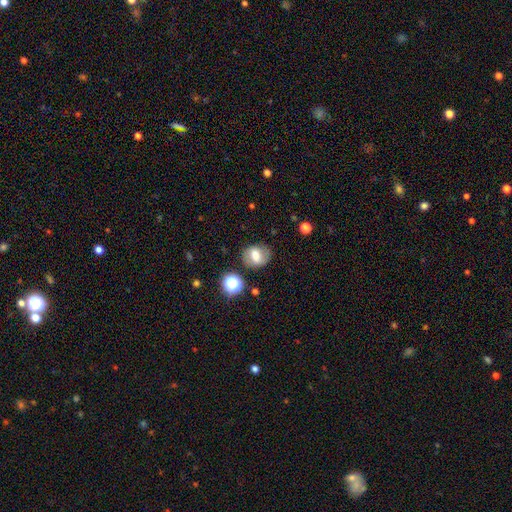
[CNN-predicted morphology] Overall: smooth (57%; featured or disk 32%). How rounded: round (51%; in between 47%). Merging: none (76%).